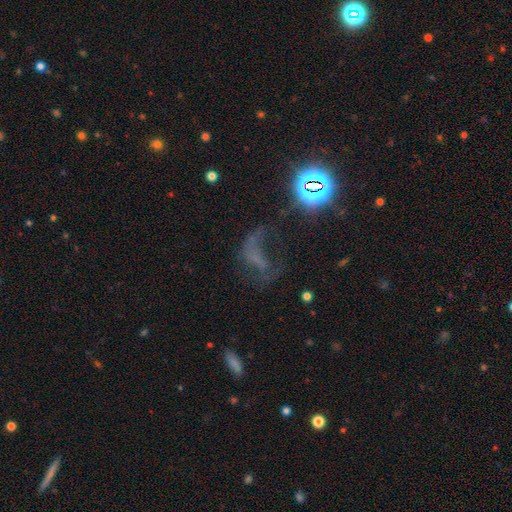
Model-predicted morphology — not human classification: type=star or artifact (38%).